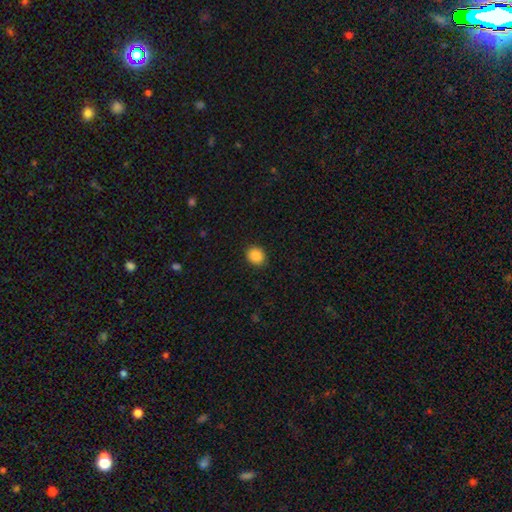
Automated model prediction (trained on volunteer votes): Smooth or featured?
  - smooth: 88% *
  - star or artifact: 9%
  - featured or disk: 3%
How rounded?
  - round: 62% *
  - in between: 37%
  - cigar-shaped: 1%
Merging?
  - none: 90% *
  - minor disturbance: 7%
  - major disturbance: 2%
  - merger: 1%